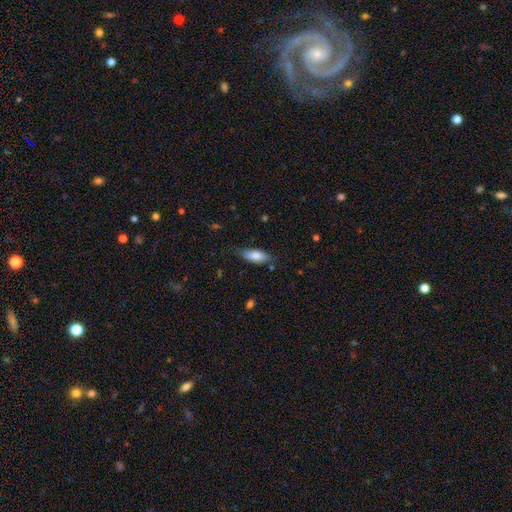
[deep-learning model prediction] smooth_or_featured: smooth (p=0.81) [alt: featured or disk p=0.13]
how_rounded: in between (p=0.80) [alt: cigar-shaped p=0.18]
merging: none (p=0.73) [alt: minor disturbance p=0.21]